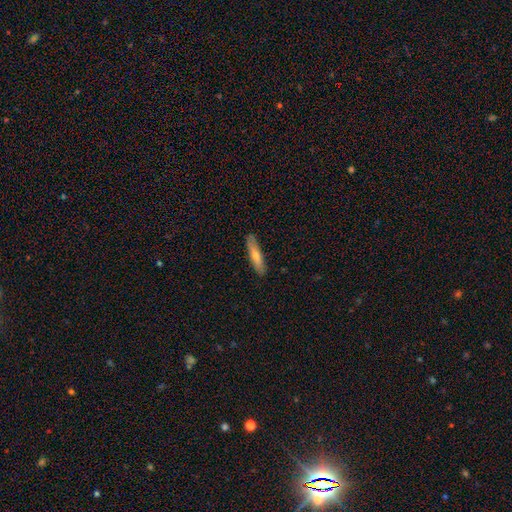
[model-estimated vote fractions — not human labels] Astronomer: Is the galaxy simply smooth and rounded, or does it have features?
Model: smooth — 59% (runner-up: featured or disk, 35%).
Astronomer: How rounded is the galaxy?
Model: cigar-shaped — 86%.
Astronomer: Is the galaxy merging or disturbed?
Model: none — 87%.